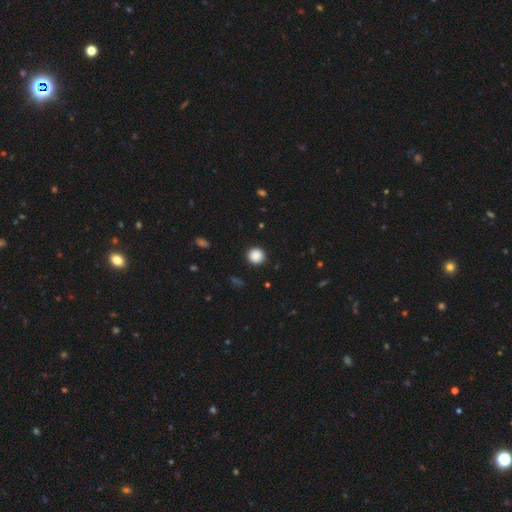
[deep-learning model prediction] The model was most divided on "smooth or featured": smooth: 88%, star or artifact: 9%, featured or disk: 3%. More confident: how rounded — round (93%); merging — none (92%).